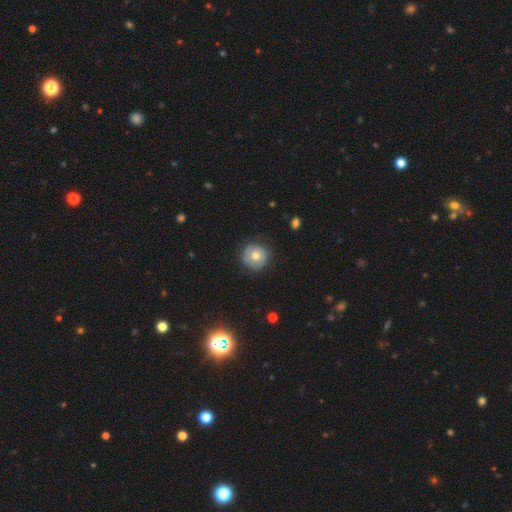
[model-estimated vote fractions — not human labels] A smooth galaxy with no disk features (63%) that is round (92%). Merging: none (78%).